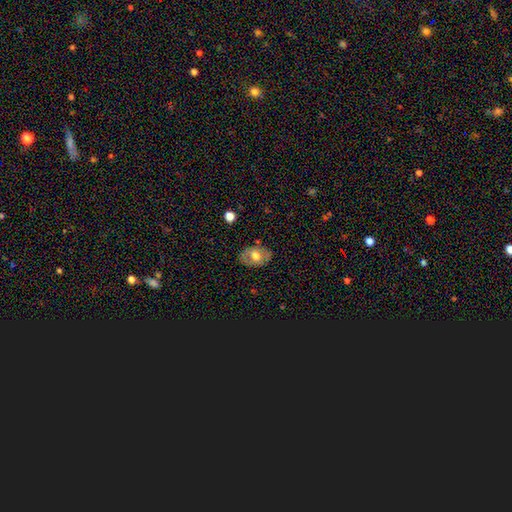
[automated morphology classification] Q: Smooth or featured?
A: smooth (54%); runner-up: featured or disk (39%)
Q: How rounded?
A: in between (80%); runner-up: round (19%)
Q: Merging?
A: none (80%); runner-up: minor disturbance (15%)